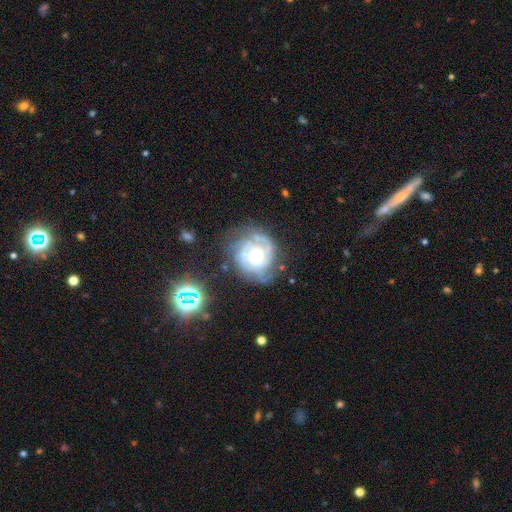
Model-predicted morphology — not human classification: This appears to be a featured or disk galaxy (86%) with no bar (75%), 3 (30%) tight (69%) spiral arms (96%) and a moderate central bulge (65%). Merging: none (68%).